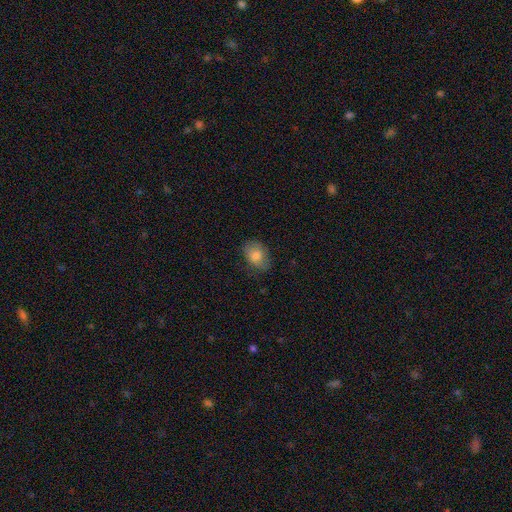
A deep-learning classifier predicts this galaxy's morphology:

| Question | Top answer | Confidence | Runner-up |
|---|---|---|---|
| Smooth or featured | smooth | 81% | featured or disk (12%) |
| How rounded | in between | 78% | round (21%) |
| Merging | none | 75% | minor disturbance (20%) |